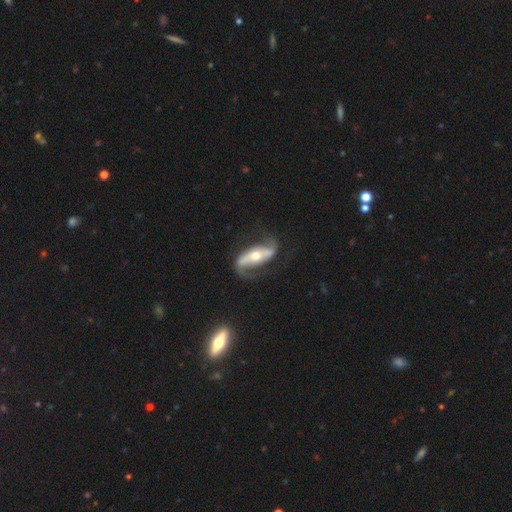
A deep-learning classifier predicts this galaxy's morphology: Smooth or featured? featured or disk (84%)
Edge-on disk? no (89%)
Bar? strong (55%)
Spiral arms? yes (92%)
Spiral winding? loose (54%)
Spiral arm count? 2 (91%)
Bulge size? moderate (65%)
Merging? none (72%)